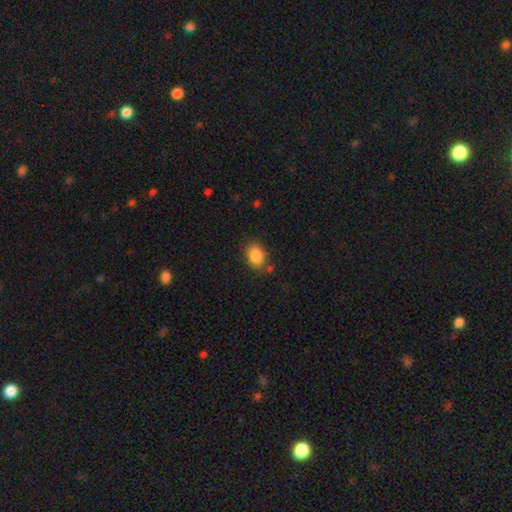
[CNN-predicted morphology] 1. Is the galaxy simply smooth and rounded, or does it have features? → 86% smooth, 8% star or artifact, 5% featured or disk.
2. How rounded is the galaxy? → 73% in between, 26% round, 1% cigar-shaped.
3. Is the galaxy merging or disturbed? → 75% none, 17% minor disturbance, 4% major disturbance, 4% merger.